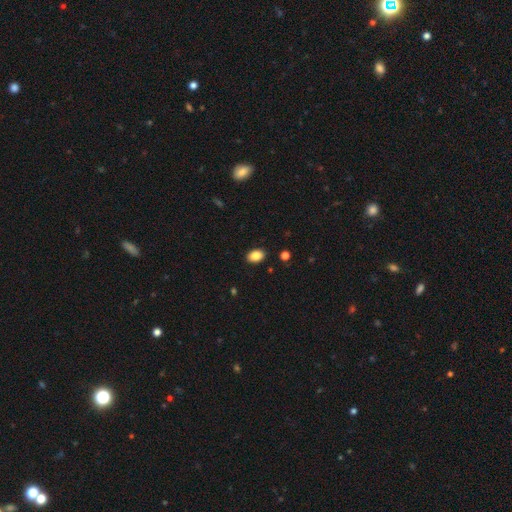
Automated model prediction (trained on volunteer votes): Morphology: type=smooth (86%); roundness=in between (81%); merging=none (89%).